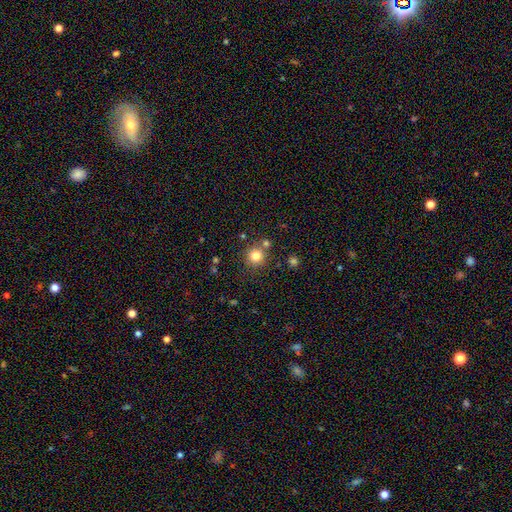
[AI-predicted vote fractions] A smooth galaxy with no disk features (80%) that is round (93%).

Vote fractions:
- Smooth or featured? smooth: 80% / star or artifact: 13% / featured or disk: 7%
- How rounded? round: 93% / in between: 6% / cigar-shaped: 1%
- Merging? none: 76% / merger: 13% / minor disturbance: 8% / major disturbance: 3%